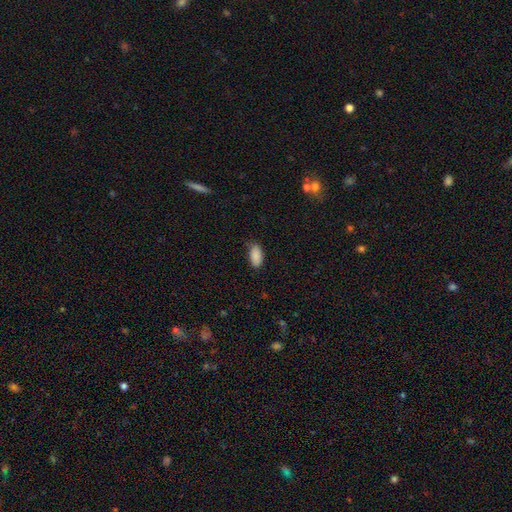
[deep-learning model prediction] Morphology: type=smooth (89%); roundness=in between (94%); merging=none (75%).